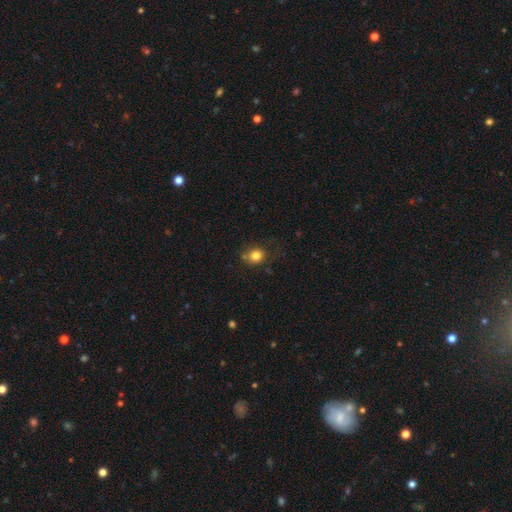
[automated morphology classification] Overall: smooth (81%). How rounded: round (76%). Merging: none (71%).